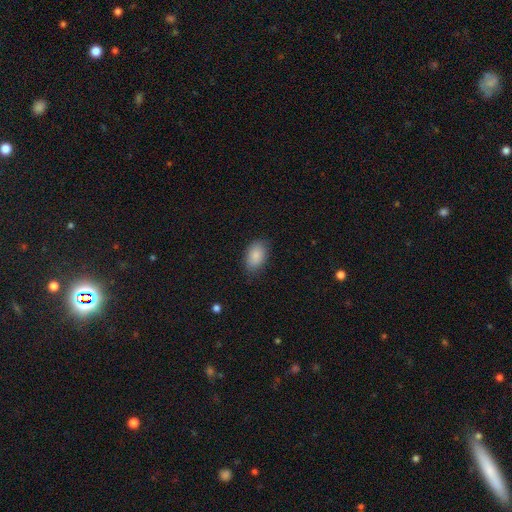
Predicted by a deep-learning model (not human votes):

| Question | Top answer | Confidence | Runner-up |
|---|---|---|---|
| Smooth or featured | smooth | 88% | star or artifact (7%) |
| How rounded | in between | 91% | round (8%) |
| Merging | none | 79% | minor disturbance (17%) |